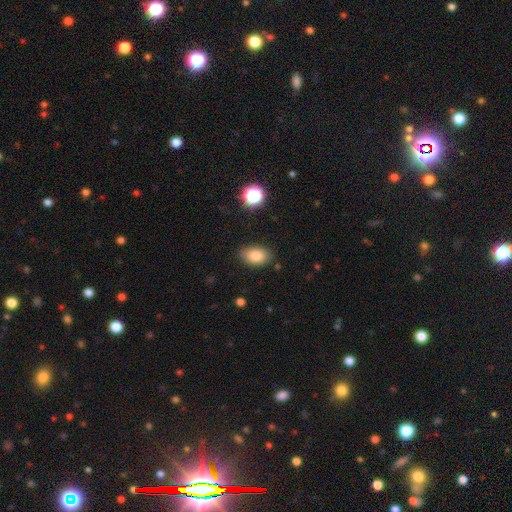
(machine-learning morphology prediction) This is clearly a smooth galaxy (83%). How rounded: clearly in between (90%). Merging: clearly none (85%).